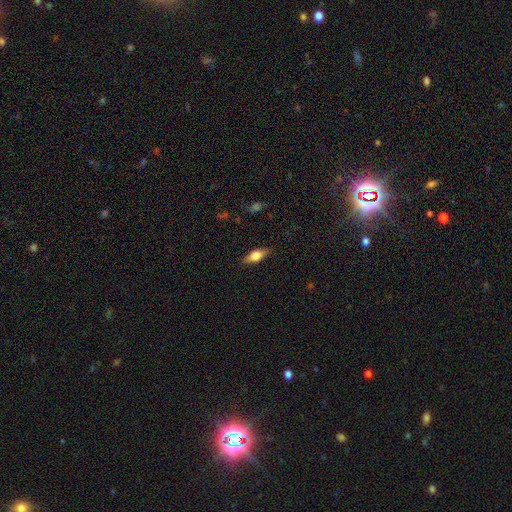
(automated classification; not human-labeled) Smooth or featured? smooth (54%)
How rounded? in between (66%)
Merging? none (86%)